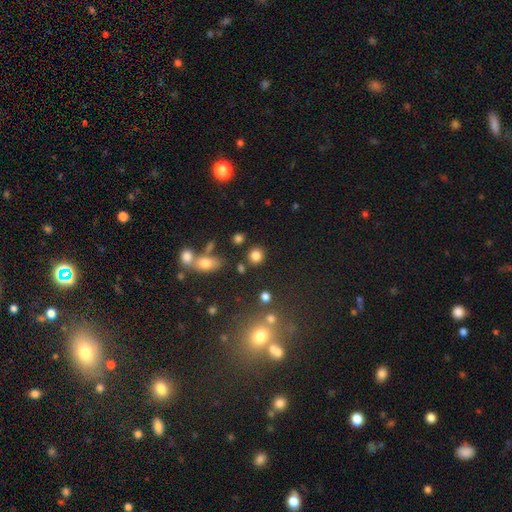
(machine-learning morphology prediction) Smooth or featured: smooth — 82% (star or artifact — 12%)
How rounded: round — 82% (in between — 16%)
Merging: none — 80% (minor disturbance — 9%)